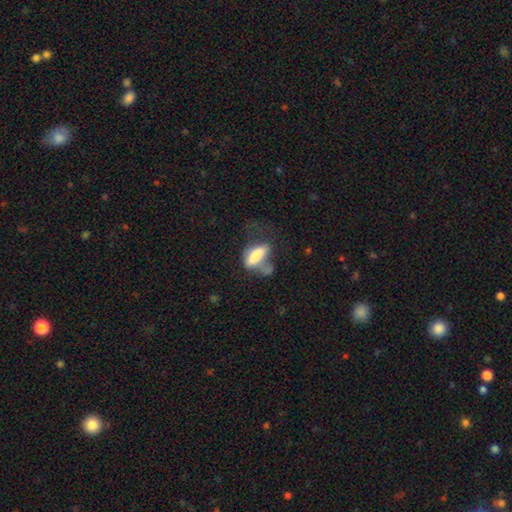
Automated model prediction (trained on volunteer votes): A smooth galaxy with no disk features (69%) that is in between round and cigar-shaped (75%).

Vote fractions:
- Smooth or featured? smooth: 69% / featured or disk: 22% / star or artifact: 9%
- How rounded? in between: 75% / cigar-shaped: 22% / round: 4%
- Merging? major disturbance: 37% / none: 25% / minor disturbance: 22% / merger: 16%